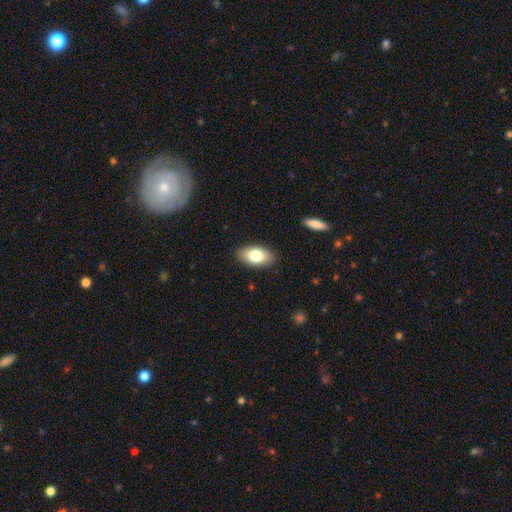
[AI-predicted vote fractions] Smooth or featured? Predicted: smooth (p=0.80). How rounded? Predicted: in between (p=0.93). Merging? Predicted: none (p=0.88).